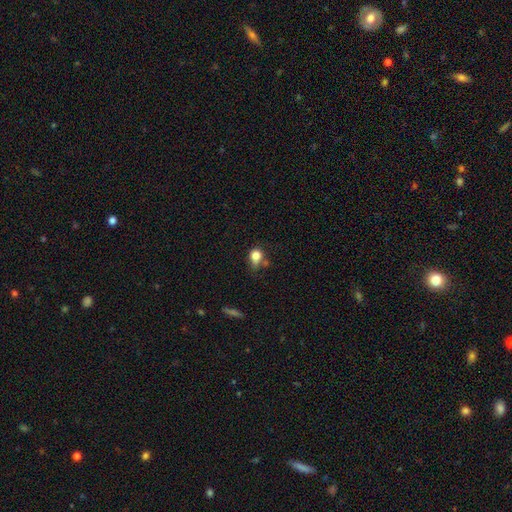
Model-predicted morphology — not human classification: Smooth or featured? Predicted: smooth (p=0.80). How rounded? Predicted: round (p=0.56). Merging? Predicted: none (p=0.44).